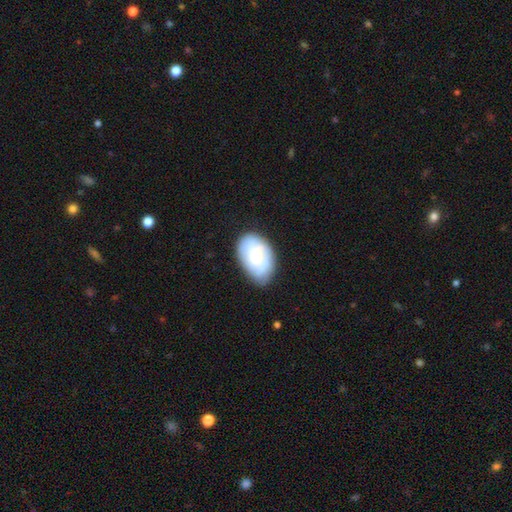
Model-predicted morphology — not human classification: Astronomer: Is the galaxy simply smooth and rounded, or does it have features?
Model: smooth — 58% (runner-up: featured or disk, 35%).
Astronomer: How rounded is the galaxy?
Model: in between — 90%.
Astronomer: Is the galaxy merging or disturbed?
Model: none — 70%.